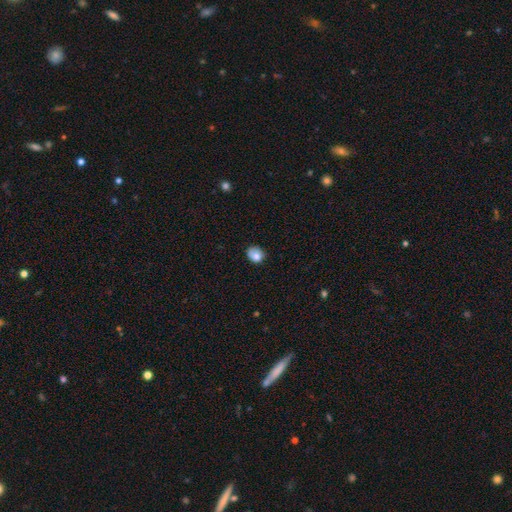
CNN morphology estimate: smooth-or-featured: smooth: 79% | featured or disk: 12% | star or artifact: 9%
  how-rounded: round: 50% | in between: 49% | cigar-shaped: 1%
  merging: none: 62% | minor disturbance: 29% | major disturbance: 7% | merger: 2%